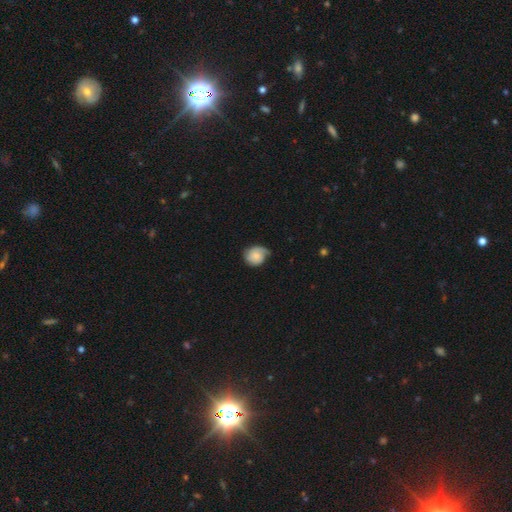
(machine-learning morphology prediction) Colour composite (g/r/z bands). It shows a smooth galaxy with no disk features (54%) that is round (70%). Merging: none (55%).